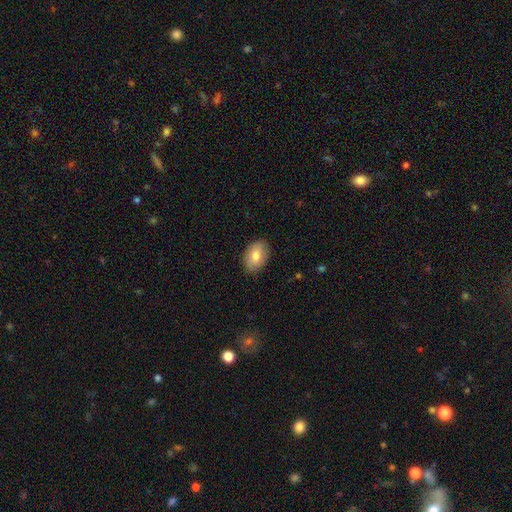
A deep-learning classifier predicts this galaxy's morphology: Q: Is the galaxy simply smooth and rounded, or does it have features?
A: smooth — 77%.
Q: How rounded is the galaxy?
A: in between — 88%.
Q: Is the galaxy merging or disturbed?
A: none — 86%.